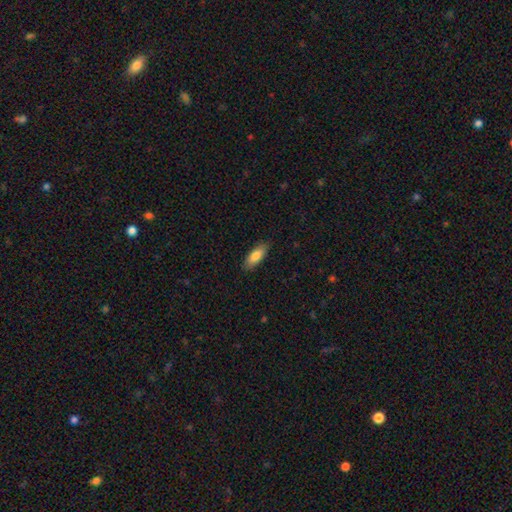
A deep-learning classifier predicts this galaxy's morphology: Overall: smooth (83%). How rounded: in between (75%). Merging: none (87%).